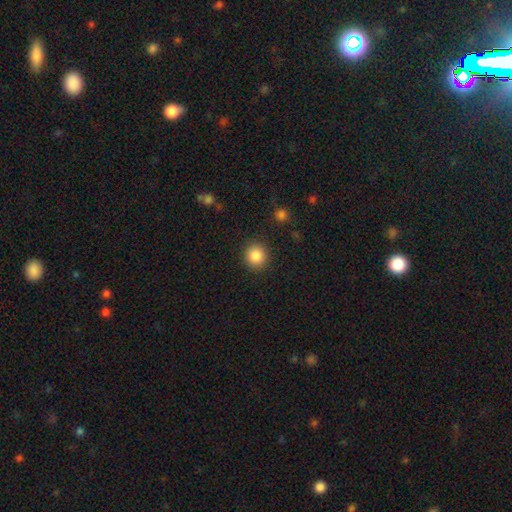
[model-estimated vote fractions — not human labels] Smooth or featured?
  - smooth: 87% *
  - star or artifact: 10%
  - featured or disk: 4%
How rounded?
  - round: 89% *
  - in between: 10%
  - cigar-shaped: 1%
Merging?
  - none: 89% *
  - minor disturbance: 7%
  - major disturbance: 3%
  - merger: 1%